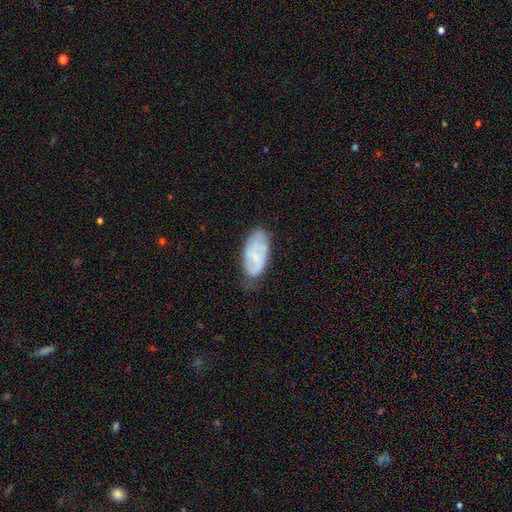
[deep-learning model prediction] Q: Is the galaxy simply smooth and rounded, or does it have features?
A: smooth — 47%.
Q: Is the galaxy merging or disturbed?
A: none — 61%.